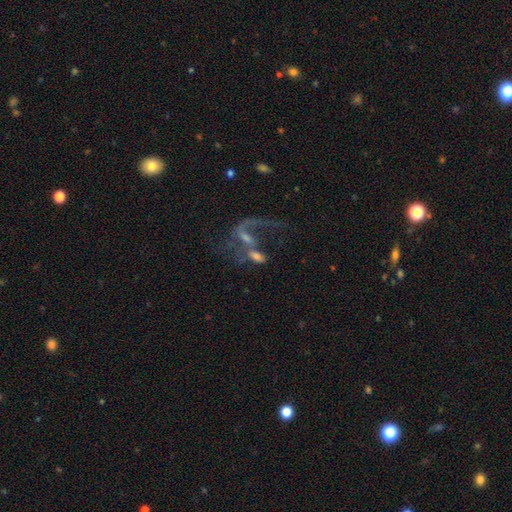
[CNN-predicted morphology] Smooth or featured? featured or disk (65%)
Edge-on disk? no (94%)
Bar? no (46%)
Spiral arms? yes (69%)
Bulge size? small (37%)
Merging? merger (48%)